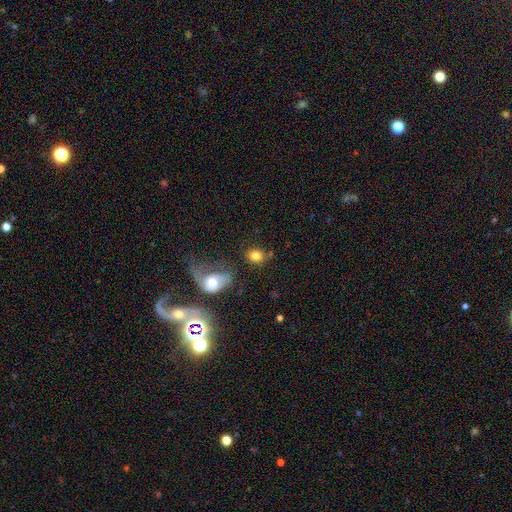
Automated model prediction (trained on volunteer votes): Smooth or featured? Predicted: smooth (p=0.80). How rounded? Predicted: round (p=0.62). Merging? Predicted: none (p=0.67).